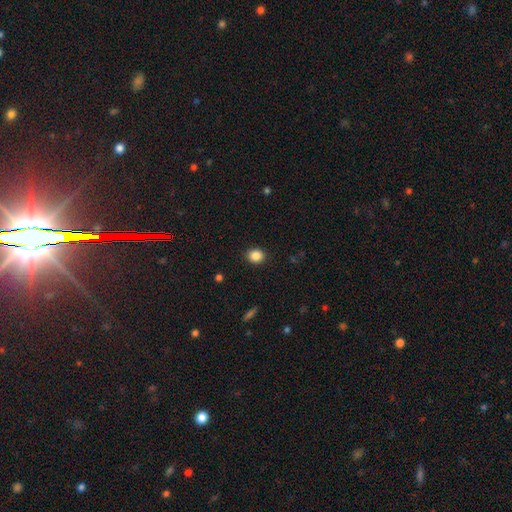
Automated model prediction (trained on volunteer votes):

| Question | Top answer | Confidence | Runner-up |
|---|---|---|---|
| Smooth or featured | smooth | 86% | star or artifact (10%) |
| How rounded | round | 72% | in between (27%) |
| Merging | none | 91% | minor disturbance (7%) |